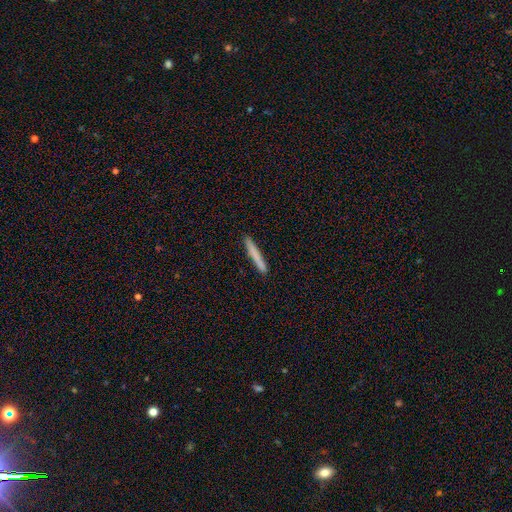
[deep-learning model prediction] A smooth galaxy with no disk features (77%) that is cigar-shaped (97%). Merging: none (92%).